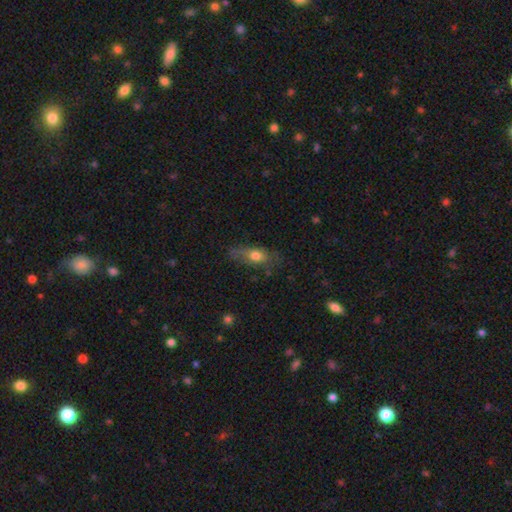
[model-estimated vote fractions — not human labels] Smooth or featured?
  - smooth: 66% *
  - featured or disk: 25%
  - star or artifact: 9%
How rounded?
  - in between: 69% *
  - cigar-shaped: 22%
  - round: 9%
Merging?
  - none: 57% *
  - minor disturbance: 28%
  - major disturbance: 12%
  - merger: 3%